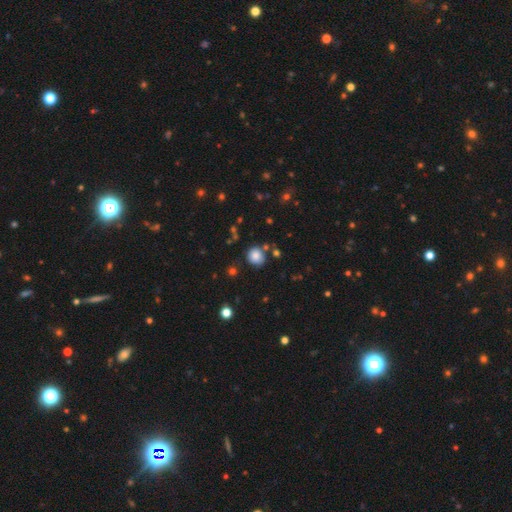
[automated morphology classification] A smooth galaxy with no disk features (83%) that is round (85%). Merging: none (79%).